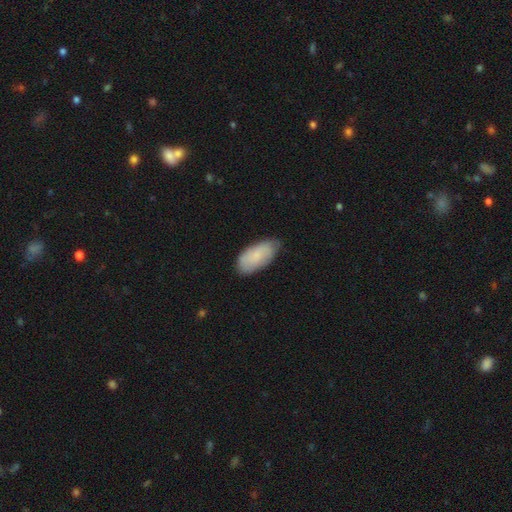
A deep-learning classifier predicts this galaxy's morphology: Overall: smooth (77%). How rounded: in between (93%). Merging: none (74%).